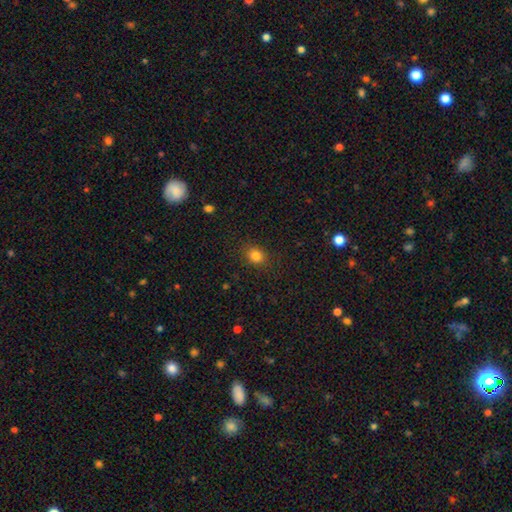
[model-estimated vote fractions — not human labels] Morphology: type=smooth (83%); roundness=round (64%); merging=none (87%).